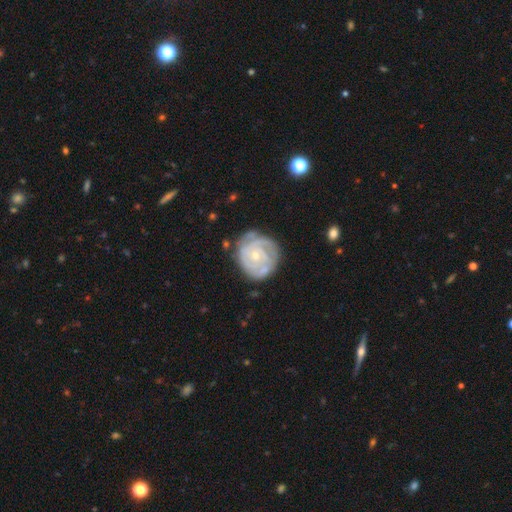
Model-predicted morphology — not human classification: This appears to be a featured or disk galaxy (81%) with no bar (77%), tight (74%) spiral arms (92%) and a small central bulge (70%). Merging: none (68%).